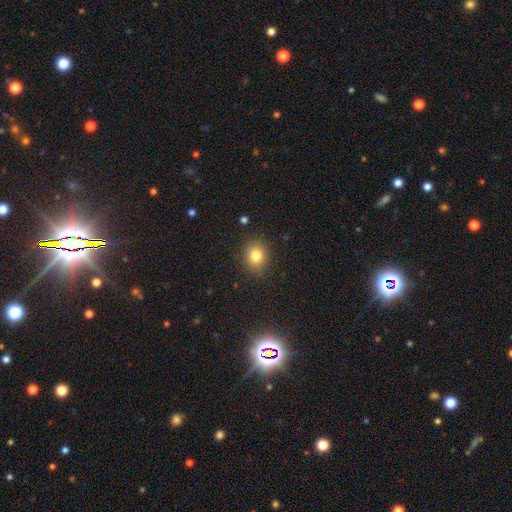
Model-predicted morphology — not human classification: A smooth galaxy with no disk features (81%) that is round (71%). Merging: none (88%).